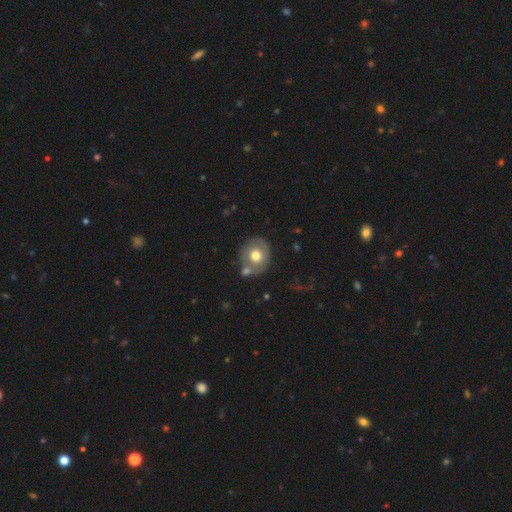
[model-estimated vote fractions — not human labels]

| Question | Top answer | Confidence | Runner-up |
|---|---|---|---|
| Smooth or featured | smooth | 62% | featured or disk (31%) |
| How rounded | round | 73% | in between (26%) |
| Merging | none | 56% | merger (23%) |